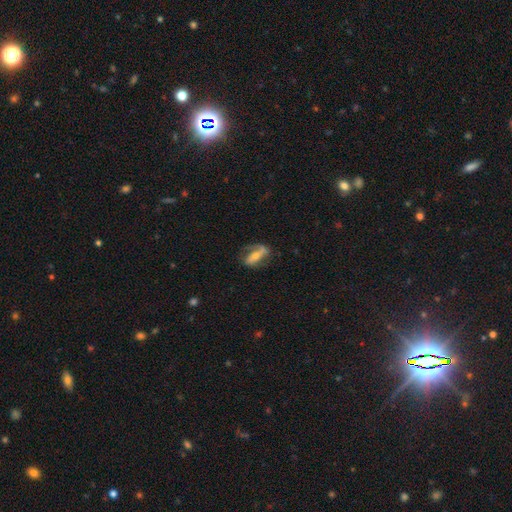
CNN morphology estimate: Smooth or featured: featured or disk — 61% (smooth — 32%)
Edge-on disk: no — 84% (yes — 16%)
Bar: strong — 50% (no — 27%)
Spiral arms: yes — 71% (no — 29%)
Bulge size: moderate — 47% (small — 42%)
Merging: none — 58% (minor disturbance — 23%)